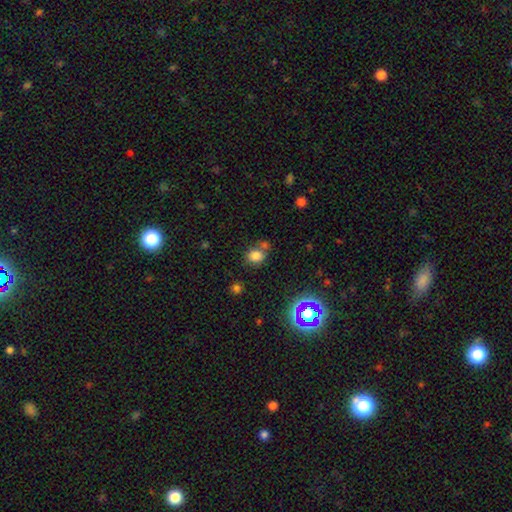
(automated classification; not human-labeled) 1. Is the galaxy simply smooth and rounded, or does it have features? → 77% smooth, 16% star or artifact, 7% featured or disk.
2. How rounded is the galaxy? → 62% round, 37% in between, 1% cigar-shaped.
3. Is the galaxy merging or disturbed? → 61% none, 21% merger, 13% minor disturbance, 5% major disturbance.